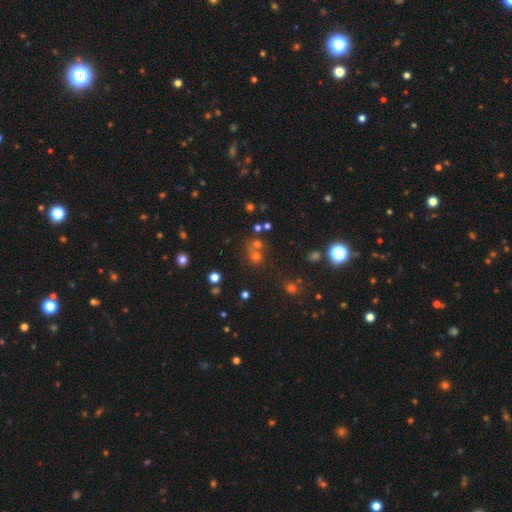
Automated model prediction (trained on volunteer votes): Smooth or featured? Predicted: smooth (p=0.51). How rounded? Predicted: round (p=0.84). Merging? Predicted: none (p=0.53).